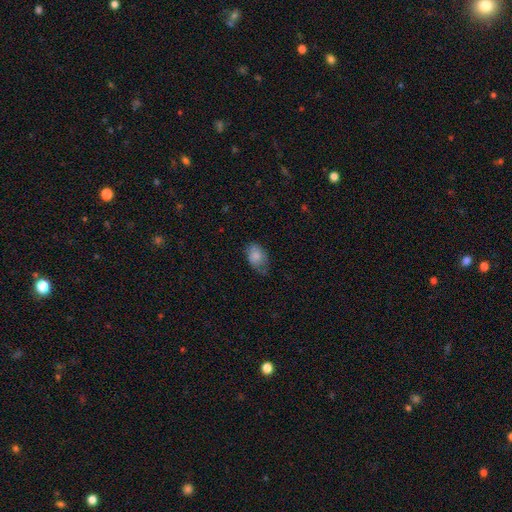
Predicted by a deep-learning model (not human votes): Smooth or featured?
  - smooth: 83% *
  - featured or disk: 10%
  - star or artifact: 8%
How rounded?
  - in between: 84% *
  - round: 15%
  - cigar-shaped: 1%
Merging?
  - none: 55% *
  - minor disturbance: 34%
  - major disturbance: 9%
  - merger: 2%